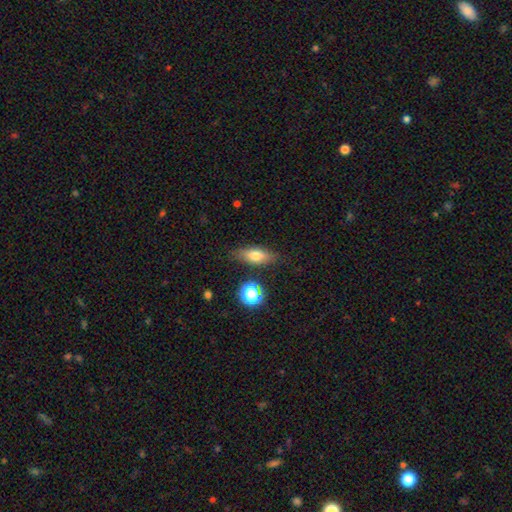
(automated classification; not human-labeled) The model was most divided on "how rounded": in between: 66%, cigar-shaped: 27%, round: 7%. More confident: merging — none (82%); smooth or featured — smooth (67%).